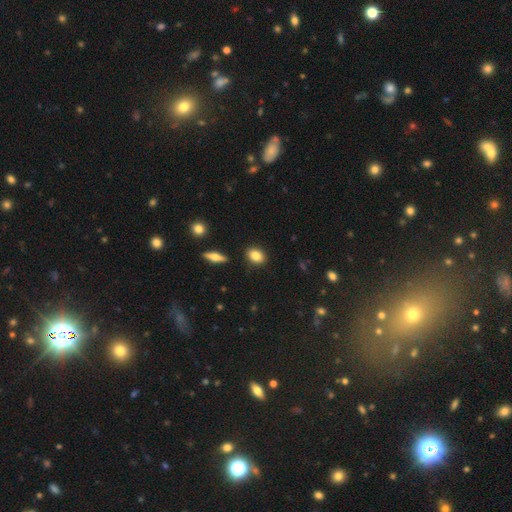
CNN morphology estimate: This is clearly a smooth galaxy (85%). How rounded: likely in between (69%). Merging: clearly none (89%).